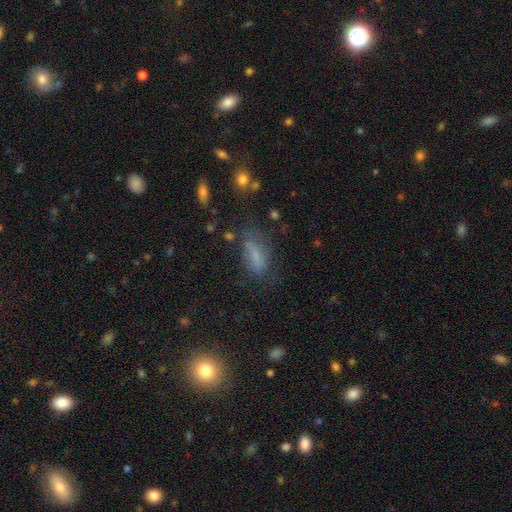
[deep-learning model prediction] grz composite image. It shows a smooth galaxy with no disk features (64%) that is in between round and cigar-shaped (77%). Merging: none (55%).